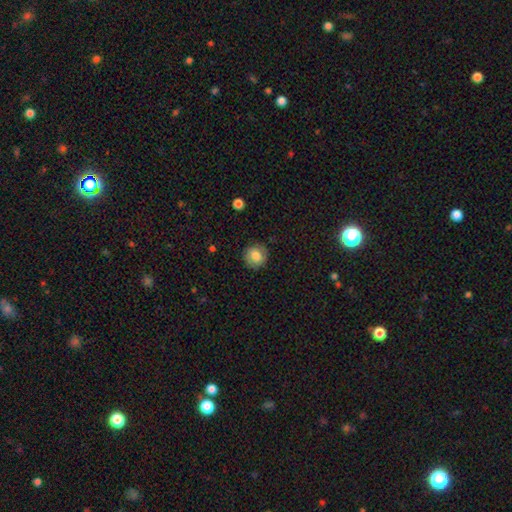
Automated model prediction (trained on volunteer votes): Overall: smooth (80%). How rounded: round (87%). Merging: none (86%).